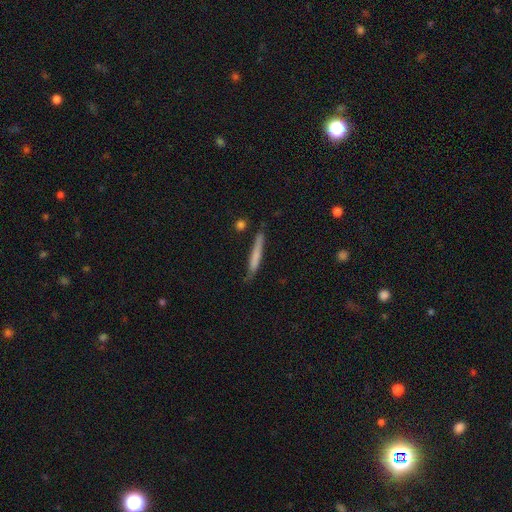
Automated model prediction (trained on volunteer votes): Q: Smooth or featured?
A: smooth (64%); runner-up: featured or disk (30%)
Q: How rounded?
A: cigar-shaped (95%); runner-up: in between (3%)
Q: Merging?
A: none (76%); runner-up: minor disturbance (18%)